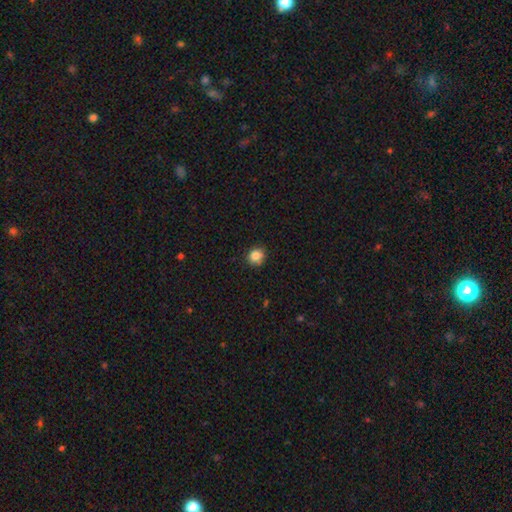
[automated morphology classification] smooth-or-featured: smooth: 85% | star or artifact: 11% | featured or disk: 5%
  how-rounded: round: 85% | in between: 15% | cigar-shaped: 1%
  merging: none: 86% | minor disturbance: 11% | major disturbance: 2% | merger: 1%